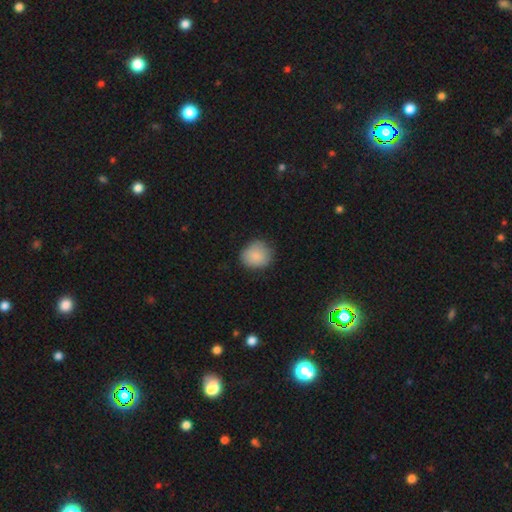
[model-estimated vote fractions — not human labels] Smooth or featured? Predicted: smooth (p=0.87). How rounded? Predicted: round (p=0.76). Merging? Predicted: none (p=0.76).